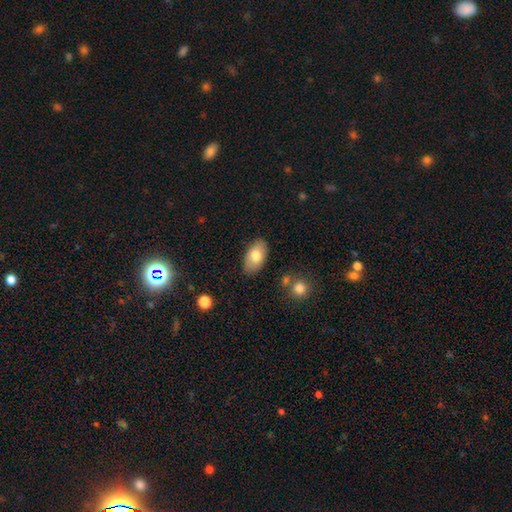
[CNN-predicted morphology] Smooth or featured?
  - smooth: 76% *
  - featured or disk: 18%
  - star or artifact: 7%
How rounded?
  - in between: 93% *
  - round: 5%
  - cigar-shaped: 2%
Merging?
  - none: 84% *
  - minor disturbance: 11%
  - major disturbance: 2%
  - merger: 2%